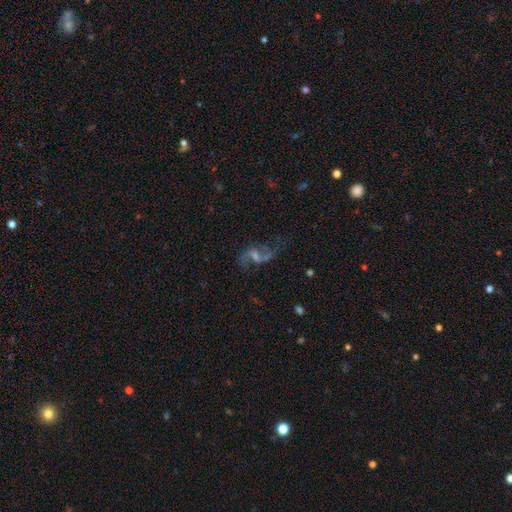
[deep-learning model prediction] Morphology: type=featured or disk (78%); edge-on=no (96%); bar=weak (53%); spiral arms=yes (91%); winding=loose (77%); arm count=2 (90%); bulge=small (44%); merging=none (64%).